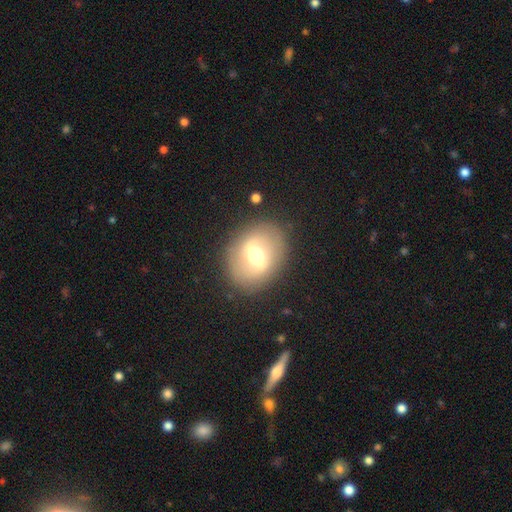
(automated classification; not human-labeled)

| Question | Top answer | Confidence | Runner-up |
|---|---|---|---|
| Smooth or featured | featured or disk | 52% | smooth (39%) |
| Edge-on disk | no | 90% | yes (10%) |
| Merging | none | 82% | minor disturbance (11%) |